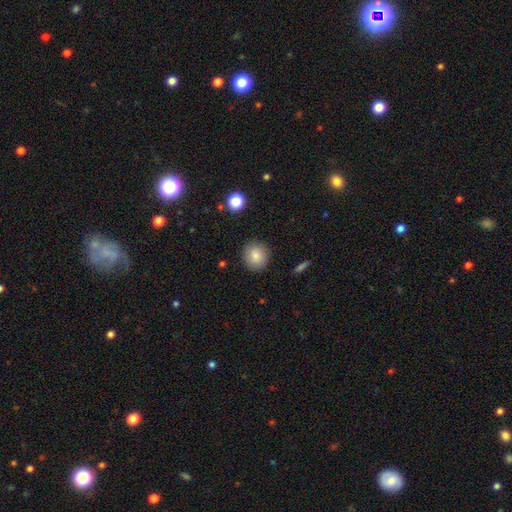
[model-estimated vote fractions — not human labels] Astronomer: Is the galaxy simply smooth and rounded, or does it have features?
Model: smooth — 85%.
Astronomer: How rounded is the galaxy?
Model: round — 89%.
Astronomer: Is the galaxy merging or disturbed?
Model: none — 89%.